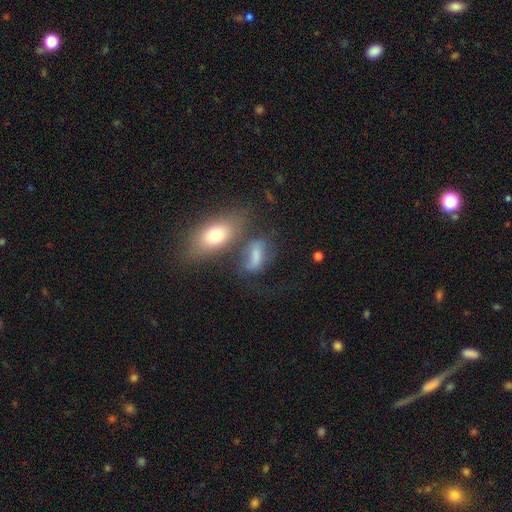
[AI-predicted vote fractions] smooth_or_featured: smooth (p=0.66) [alt: featured or disk p=0.21]
how_rounded: in between (p=0.80) [alt: round p=0.10]
merging: none (p=0.36) [alt: merger p=0.26]